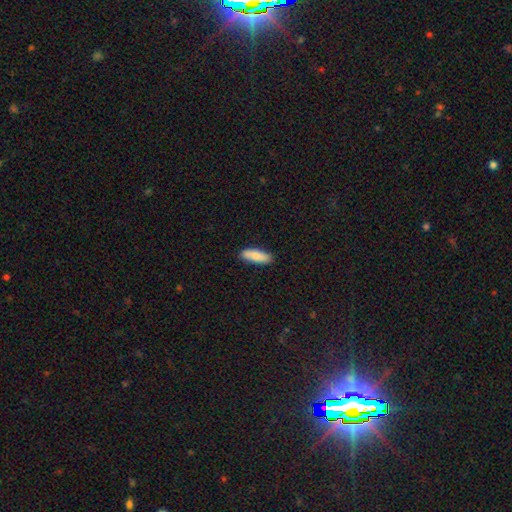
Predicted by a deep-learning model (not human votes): Smooth or featured?
  - smooth: 84% *
  - featured or disk: 10%
  - star or artifact: 6%
How rounded?
  - in between: 57% *
  - cigar-shaped: 41%
  - round: 2%
Merging?
  - none: 86% *
  - minor disturbance: 11%
  - major disturbance: 2%
  - merger: 1%